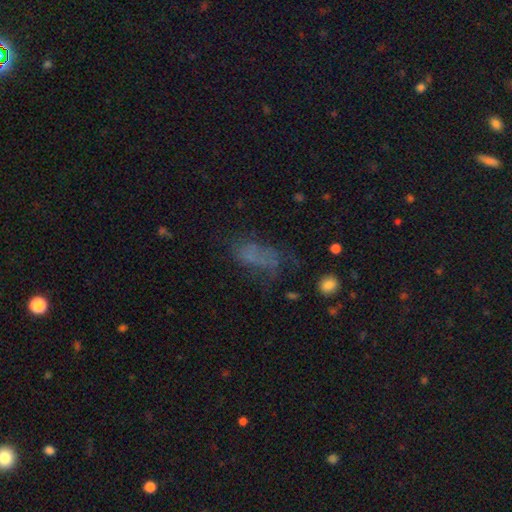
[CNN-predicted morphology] Smooth or featured? Predicted: smooth (p=0.47). Merging? Predicted: none (p=0.37).